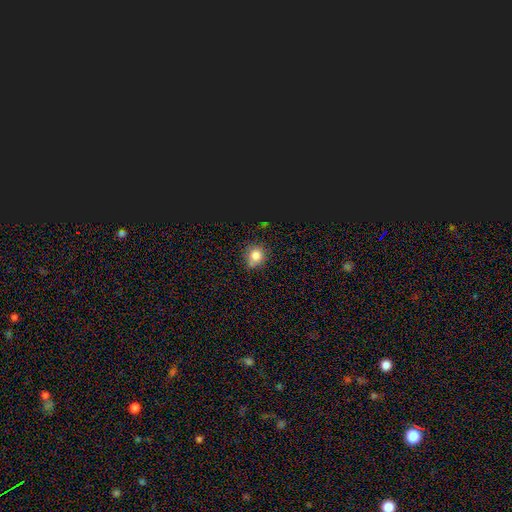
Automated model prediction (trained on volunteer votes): smooth_or_featured: smooth (p=0.78) [alt: star or artifact p=0.15]
how_rounded: round (p=0.83) [alt: in between p=0.16]
merging: none (p=0.70) [alt: minor disturbance p=0.20]